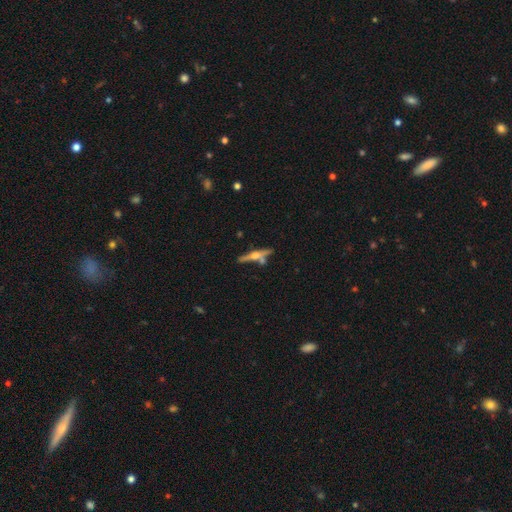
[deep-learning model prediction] smooth_or_featured: featured or disk (p=0.72) [alt: smooth p=0.22]
disk_edge_on: yes (p=0.96) [alt: no p=0.04]
edge_on_bulge: rounded (p=0.92) [alt: boxy p=0.04]
merging: none (p=0.72) [alt: minor disturbance p=0.12]